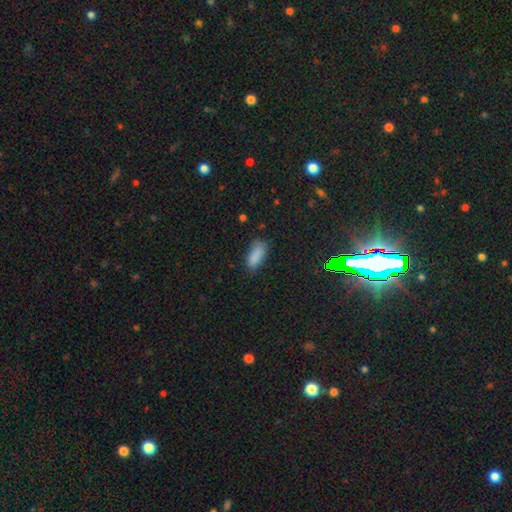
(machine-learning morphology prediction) type=smooth (85%); roundness=in between (83%); merging=none (71%).